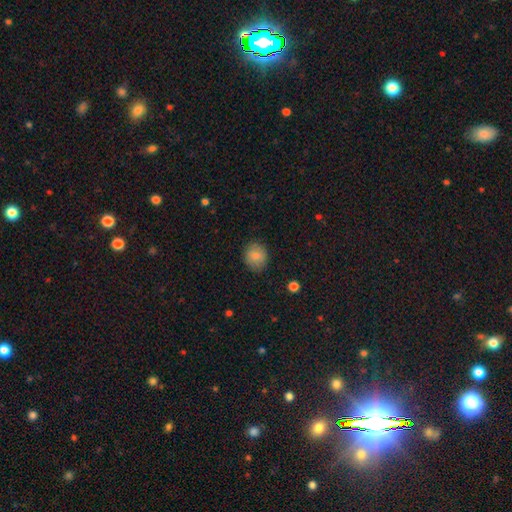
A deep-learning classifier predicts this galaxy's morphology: smooth-or-featured: smooth: 82% | featured or disk: 9% | star or artifact: 9%
  how-rounded: round: 76% | in between: 23% | cigar-shaped: 1%
  merging: none: 87% | minor disturbance: 10% | major disturbance: 3% | merger: 1%